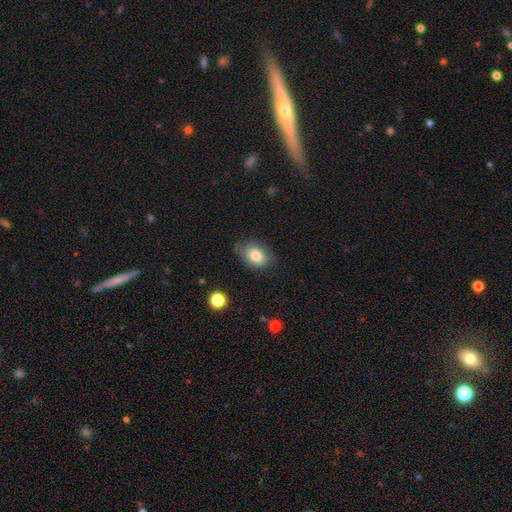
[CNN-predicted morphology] Smooth or featured? smooth (74%)
How rounded? in between (80%)
Merging? none (71%)